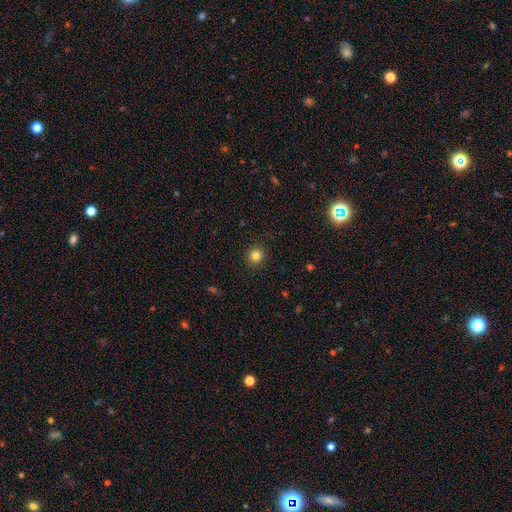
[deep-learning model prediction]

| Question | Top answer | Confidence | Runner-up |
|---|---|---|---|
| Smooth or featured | smooth | 82% | star or artifact (13%) |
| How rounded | round | 92% | in between (7%) |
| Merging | none | 91% | minor disturbance (6%) |